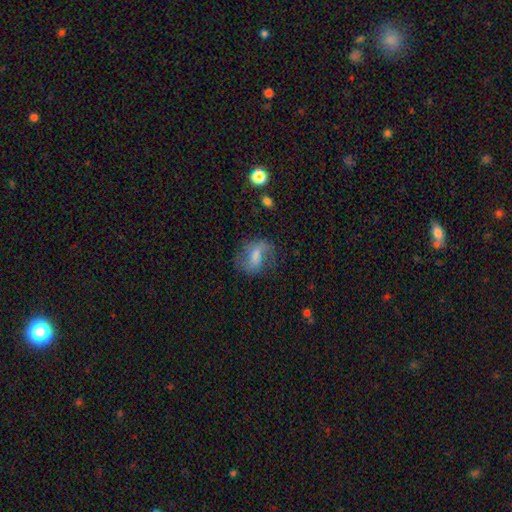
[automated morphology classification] featured or disk 47%, smooth 43%, star or artifact 10%. Down the decision tree: merging — none (56%).